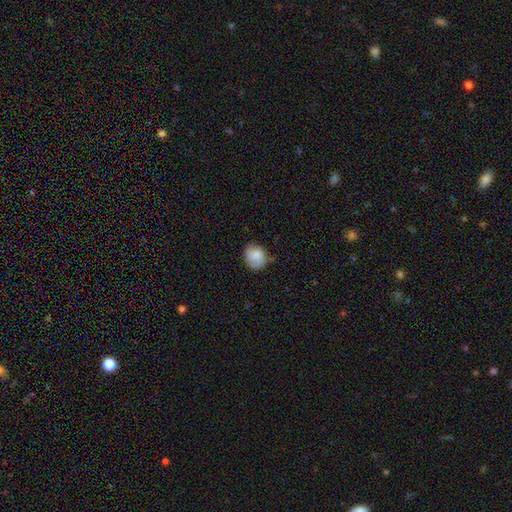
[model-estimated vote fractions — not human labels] smooth-or-featured: smooth: 77% | featured or disk: 16% | star or artifact: 8%
  how-rounded: round: 64% | in between: 35% | cigar-shaped: 1%
  merging: none: 59% | minor disturbance: 30% | major disturbance: 9% | merger: 2%